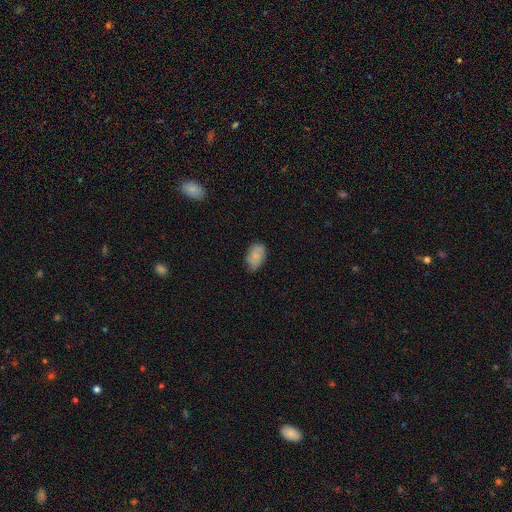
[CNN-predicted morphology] smooth_or_featured: smooth (p=0.76) [alt: featured or disk p=0.16]
how_rounded: in between (p=0.90) [alt: round p=0.09]
merging: none (p=0.69) [alt: minor disturbance p=0.25]